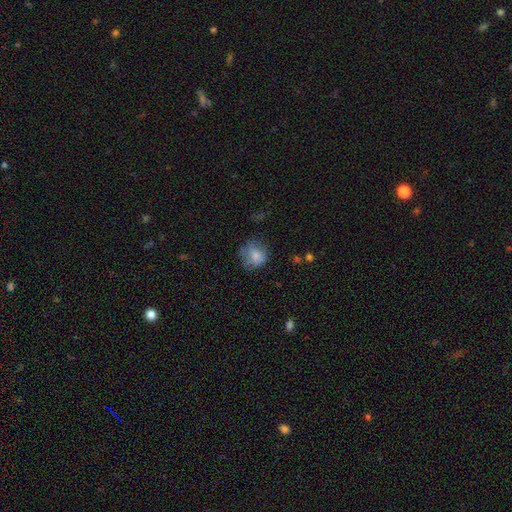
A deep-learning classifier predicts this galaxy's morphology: Overall: smooth (74%). How rounded: round (73%). Merging: none (54%; minor disturbance 27%).